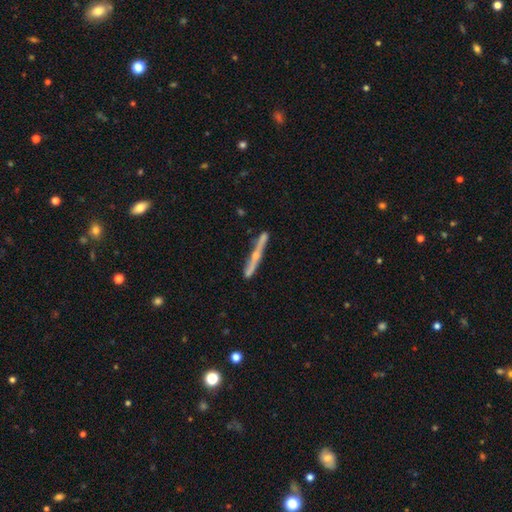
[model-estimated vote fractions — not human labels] The model was most divided on "smooth or featured": featured or disk: 64%, smooth: 31%, star or artifact: 6%. More confident: edge-on disk — yes (95%); merging — none (79%); edge-on bulge — rounded (63%).